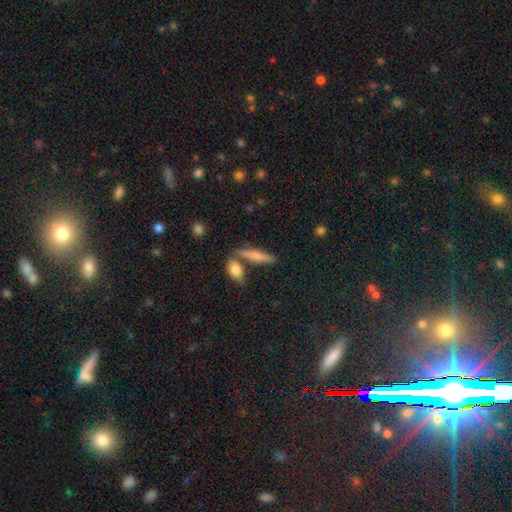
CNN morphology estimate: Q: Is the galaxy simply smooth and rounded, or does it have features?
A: smooth — 64%.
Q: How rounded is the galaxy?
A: cigar-shaped — 74%.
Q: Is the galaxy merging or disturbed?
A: none — 68%.